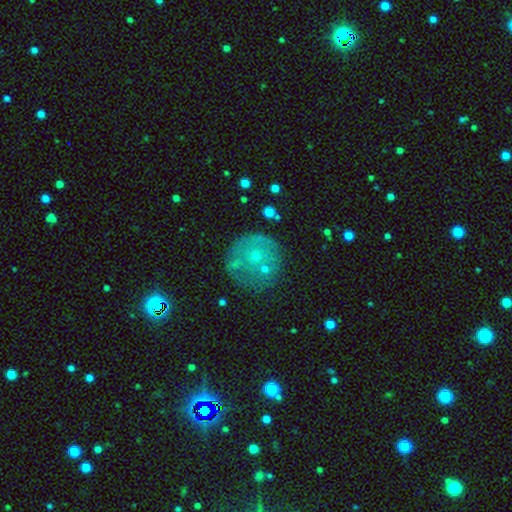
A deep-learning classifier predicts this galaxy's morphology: Smooth or featured?
  - smooth: 45% *
  - featured or disk: 43%
  - star or artifact: 13%
Merging?
  - none: 61% *
  - minor disturbance: 19%
  - major disturbance: 12%
  - merger: 8%